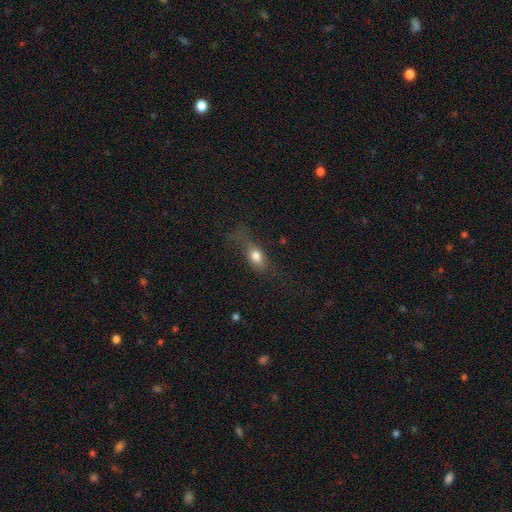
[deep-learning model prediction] Q: Smooth or featured?
A: smooth (73%); runner-up: featured or disk (17%)
Q: How rounded?
A: in between (71%); runner-up: round (17%)
Q: Merging?
A: none (42%); runner-up: major disturbance (29%)